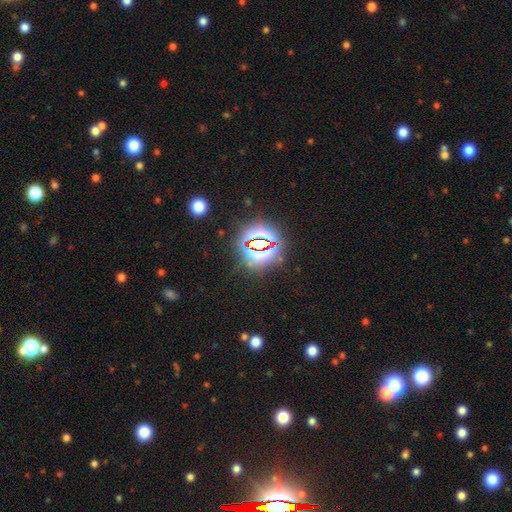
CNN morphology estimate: This is likely a star or artifact rather than a galaxy (79%).